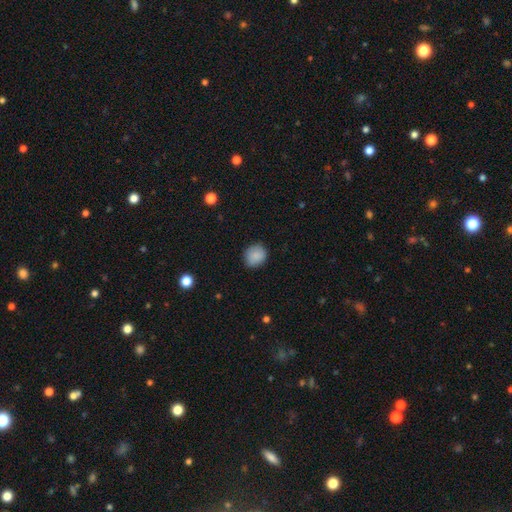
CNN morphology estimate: smooth_or_featured: smooth (p=0.88) [alt: star or artifact p=0.08]
how_rounded: round (p=0.78) [alt: in between p=0.21]
merging: none (p=0.84) [alt: minor disturbance p=0.12]